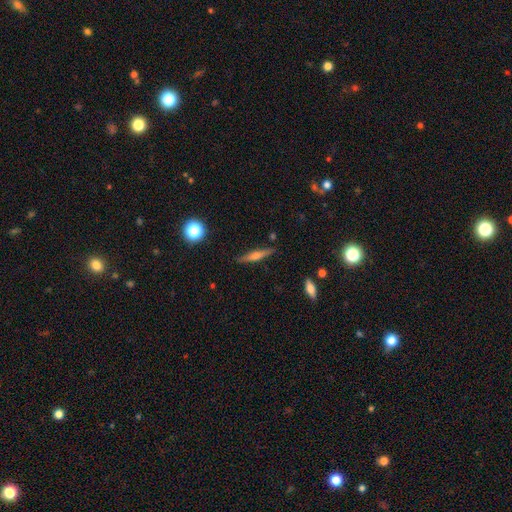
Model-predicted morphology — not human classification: Smooth or featured: featured or disk — 59% (smooth — 33%)
Edge-on disk: yes — 96% (no — 4%)
Edge-on bulge: rounded — 85% (none — 7%)
Merging: none — 87% (minor disturbance — 10%)